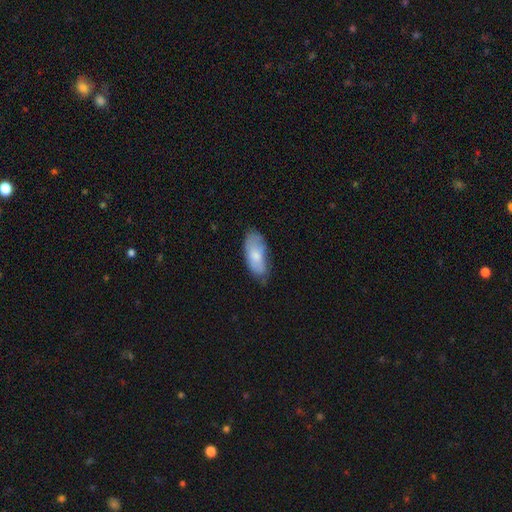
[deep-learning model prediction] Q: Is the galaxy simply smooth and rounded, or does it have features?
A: smooth — 71%.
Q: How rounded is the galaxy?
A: in between — 87%.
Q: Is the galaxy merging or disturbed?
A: none — 58%.